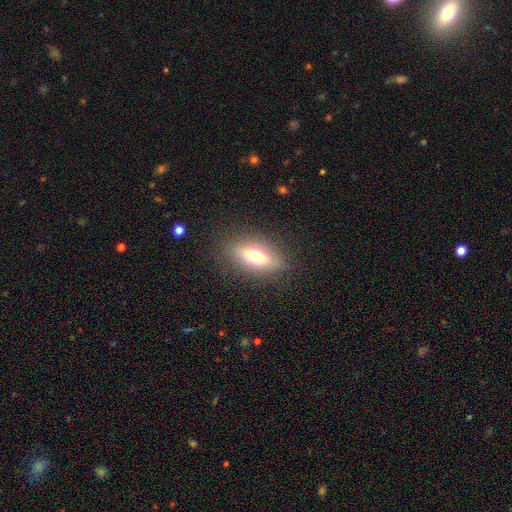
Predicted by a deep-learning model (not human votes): Morphology: type=smooth (63%); roundness=in between (72%); merging=none (84%).